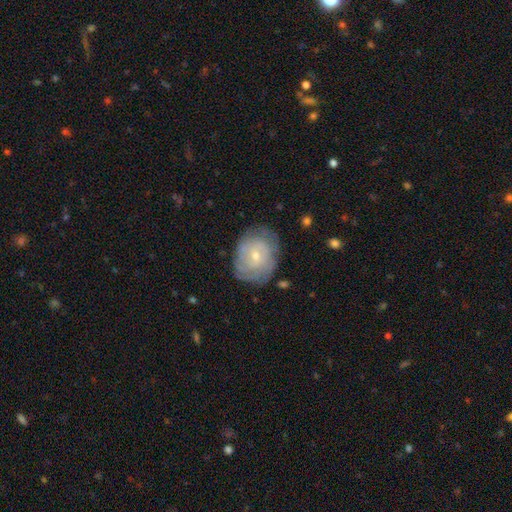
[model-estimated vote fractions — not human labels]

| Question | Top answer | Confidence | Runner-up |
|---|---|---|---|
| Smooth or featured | featured or disk | 61% | smooth (32%) |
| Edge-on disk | no | 97% | yes (3%) |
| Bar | no | 75% | weak (22%) |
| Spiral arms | yes | 75% | no (25%) |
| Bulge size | small | 69% | moderate (28%) |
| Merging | none | 68% | minor disturbance (22%) |